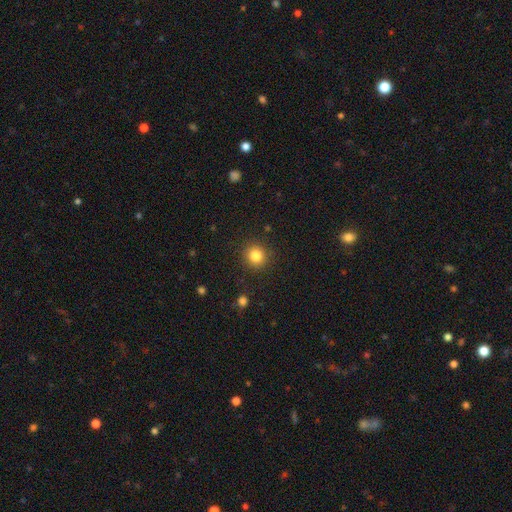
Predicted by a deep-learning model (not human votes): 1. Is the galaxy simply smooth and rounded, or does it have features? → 83% smooth, 12% star or artifact, 5% featured or disk.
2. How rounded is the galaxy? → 90% round, 9% in between, 1% cigar-shaped.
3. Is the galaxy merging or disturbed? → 90% none, 6% minor disturbance, 2% major disturbance, 1% merger.